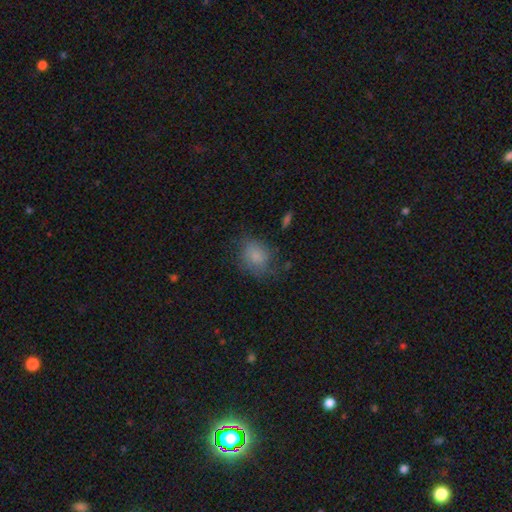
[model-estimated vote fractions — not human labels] smooth_or_featured: smooth (p=0.79) [alt: featured or disk p=0.12]
how_rounded: in between (p=0.52) [alt: round p=0.47]
merging: none (p=0.62) [alt: minor disturbance p=0.25]